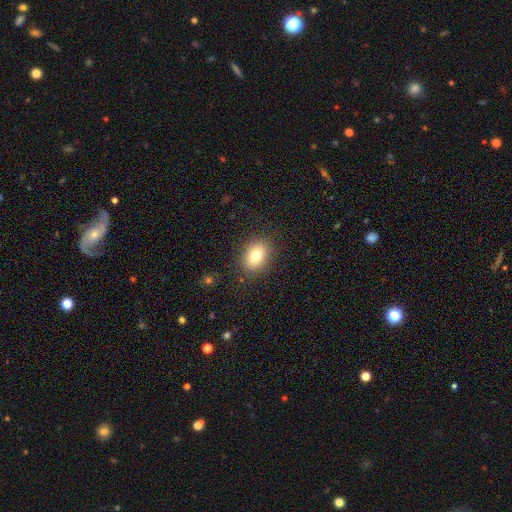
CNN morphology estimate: This is likely a smooth galaxy (78%). How rounded: likely in between (71%). Merging: clearly none (86%).